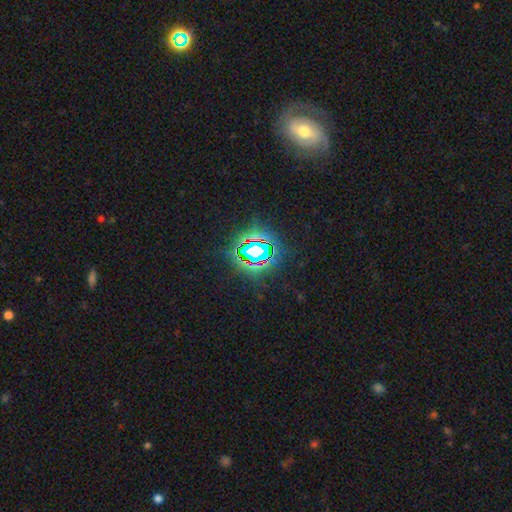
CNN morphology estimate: type=star or artifact (76%).